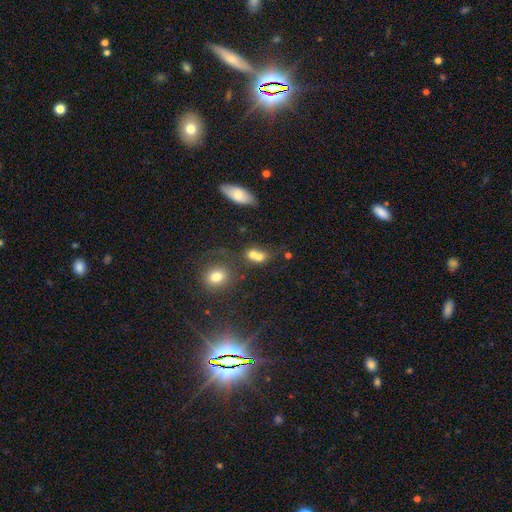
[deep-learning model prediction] smooth-or-featured: smooth: 71% | featured or disk: 15% | star or artifact: 14%
  how-rounded: round: 56% | in between: 42% | cigar-shaped: 2%
  merging: merger: 57% | none: 29% | minor disturbance: 9% | major disturbance: 5%